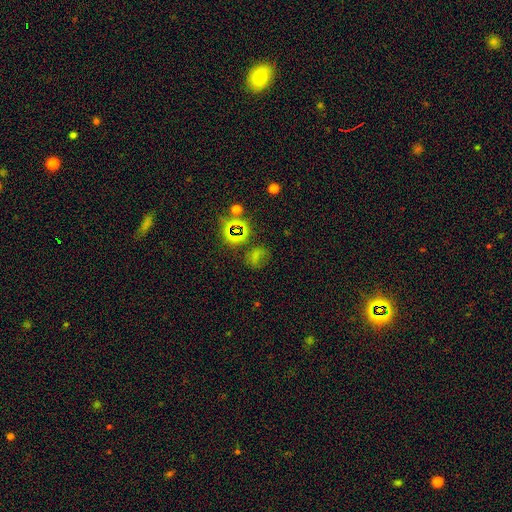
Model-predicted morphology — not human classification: This is marginally a smooth galaxy (44%, tied with star or artifact). Merging: possibly none (60%).